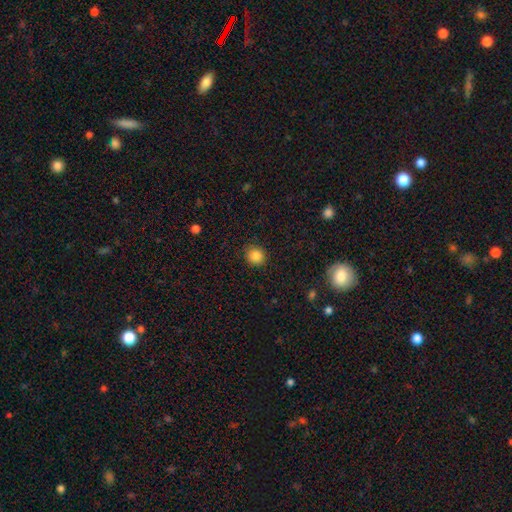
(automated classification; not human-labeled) Morphology: type=smooth (86%); roundness=round (85%); merging=none (88%).